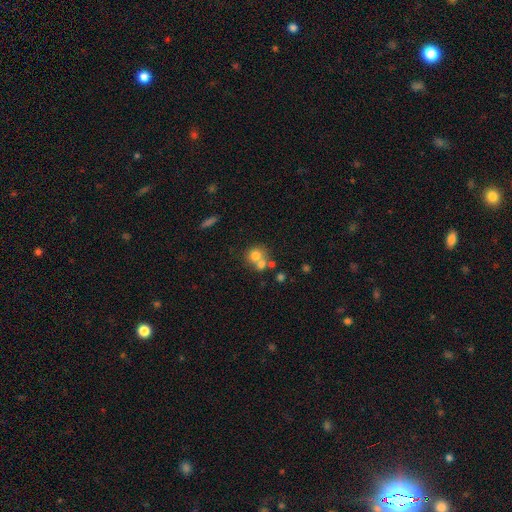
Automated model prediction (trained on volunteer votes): Overall: smooth (71%). How rounded: round (83%). Merging: merger (49%; none 40%).